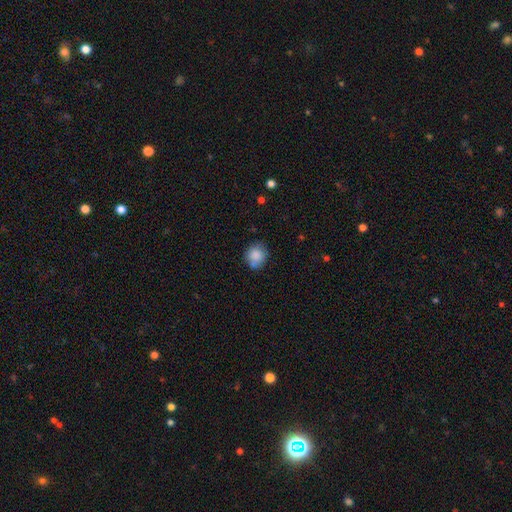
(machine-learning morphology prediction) Smooth or featured?
  - smooth: 83% *
  - featured or disk: 8%
  - star or artifact: 8%
How rounded?
  - round: 79% *
  - in between: 20%
  - cigar-shaped: 1%
Merging?
  - none: 67% *
  - minor disturbance: 21%
  - merger: 7%
  - major disturbance: 5%